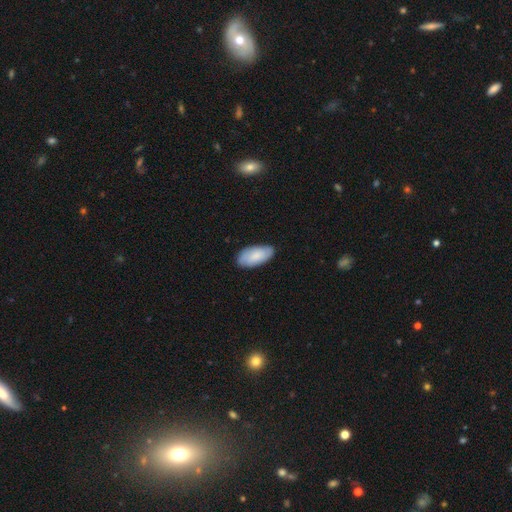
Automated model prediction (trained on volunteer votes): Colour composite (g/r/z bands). It shows a smooth galaxy with no disk features (79%) that is in between round and cigar-shaped (94%). Merging: none (82%).